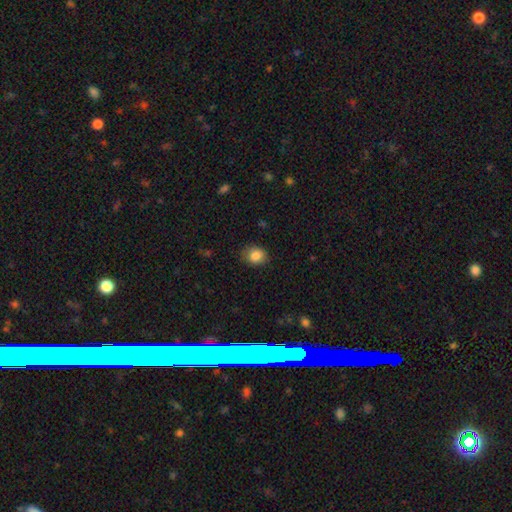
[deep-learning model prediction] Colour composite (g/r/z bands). It shows a smooth galaxy with no disk features (85%) that is round (52%). Merging: none (81%).